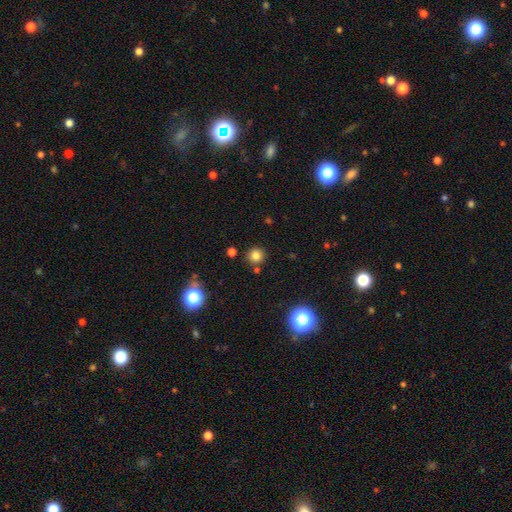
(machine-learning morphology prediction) Smooth or featured? smooth (80%)
How rounded? round (93%)
Merging? none (85%)